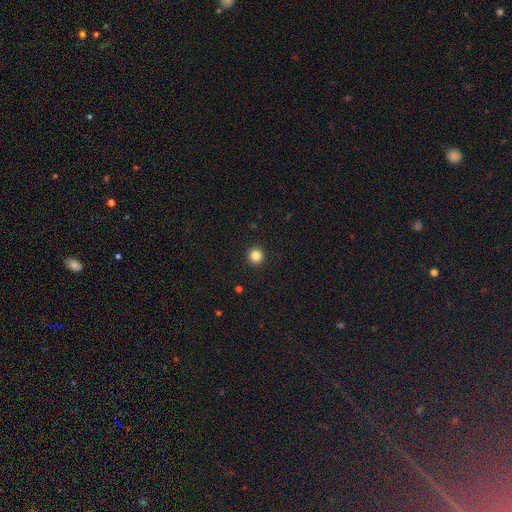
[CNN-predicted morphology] A smooth galaxy with no disk features (84%) that is round (96%). Merging: none (94%).